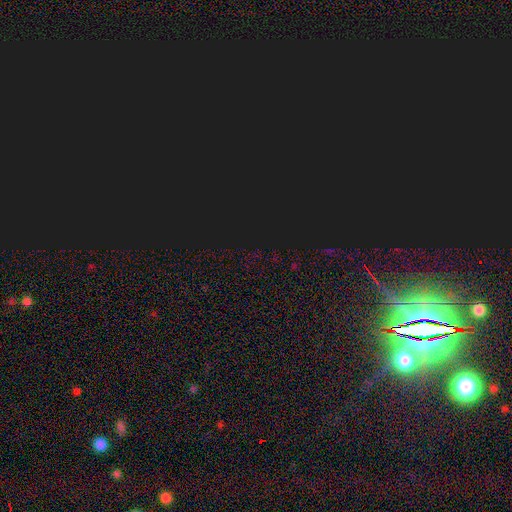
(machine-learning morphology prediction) Smooth or featured? Predicted: star or artifact (p=0.81).